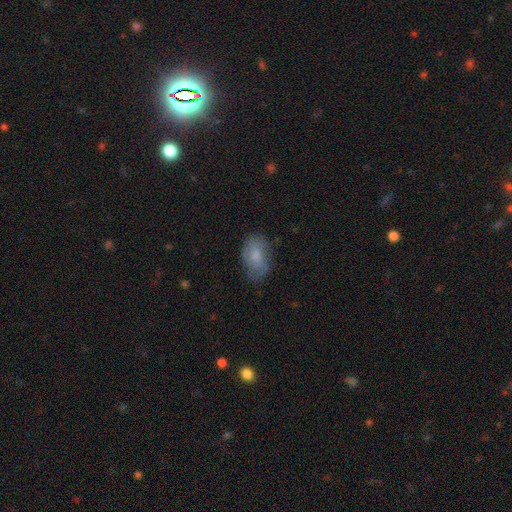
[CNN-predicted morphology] Smooth or featured? Predicted: smooth (p=0.67). How rounded? Predicted: in between (p=0.90). Merging? Predicted: none (p=0.64).